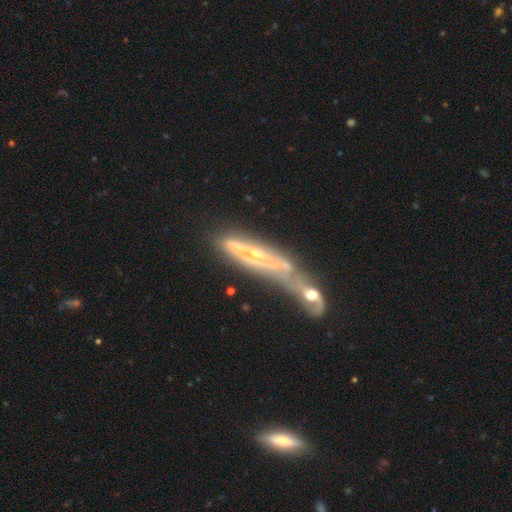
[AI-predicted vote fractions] smooth-or-featured: featured or disk: 73% | smooth: 18% | star or artifact: 9%
  disk-edge-on: no: 51% | yes: 49%
  merging: merger: 57% | none: 18% | major disturbance: 12% | minor disturbance: 12%